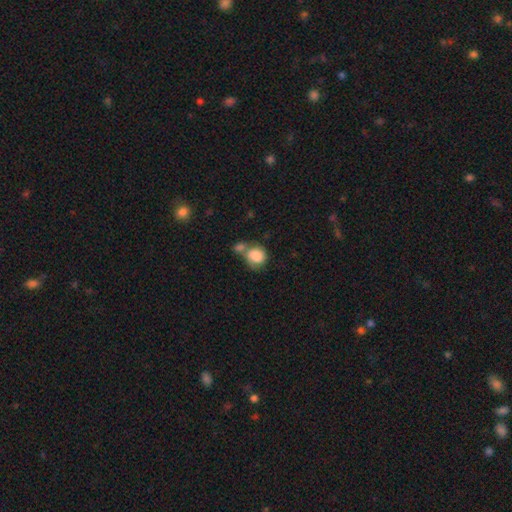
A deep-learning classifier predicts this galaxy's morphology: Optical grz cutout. It shows a smooth galaxy with no disk features (85%) that is round (75%). Merging: merger (45%).